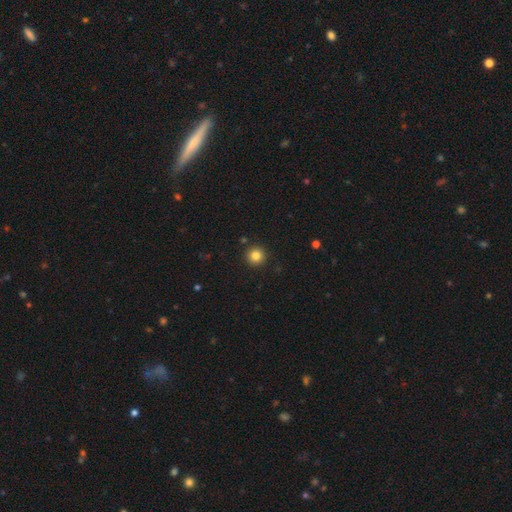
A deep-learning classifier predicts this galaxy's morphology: The model was most divided on "smooth or featured": smooth: 83%, star or artifact: 11%, featured or disk: 6%. More confident: how rounded — round (96%); merging — none (92%).